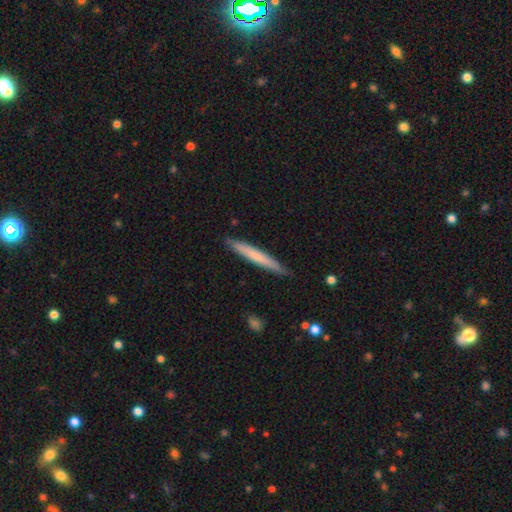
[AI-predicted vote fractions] A smooth galaxy with no disk features (62%) that is cigar-shaped (96%). Merging: none (88%).